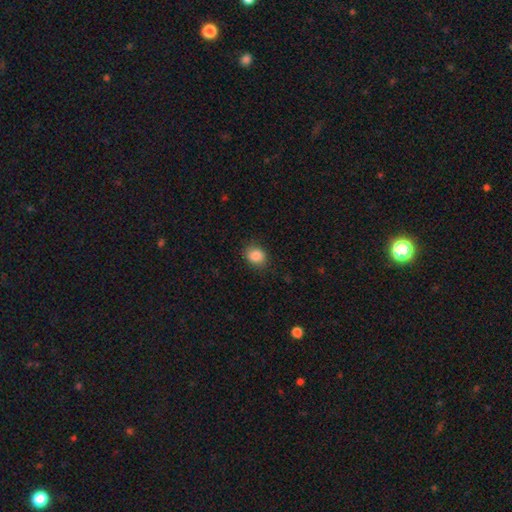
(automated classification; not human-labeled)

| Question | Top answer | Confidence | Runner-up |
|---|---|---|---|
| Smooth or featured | smooth | 87% | star or artifact (9%) |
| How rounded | round | 55% | in between (44%) |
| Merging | none | 84% | minor disturbance (12%) |